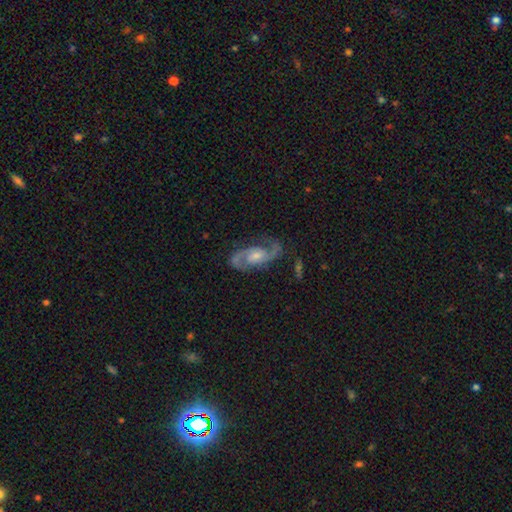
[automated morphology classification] This is clearly a featured or disk galaxy (91%). It is clearly not viewed edge-on (97%). Bar: possibly no (52%). Spiral arm pattern: clearly yes (98%). Spiral arm count: clearly 2 (93%). Spiral winding: possibly medium (60%). Central bulge: possibly moderate (47%). Merging: clearly none (80%).